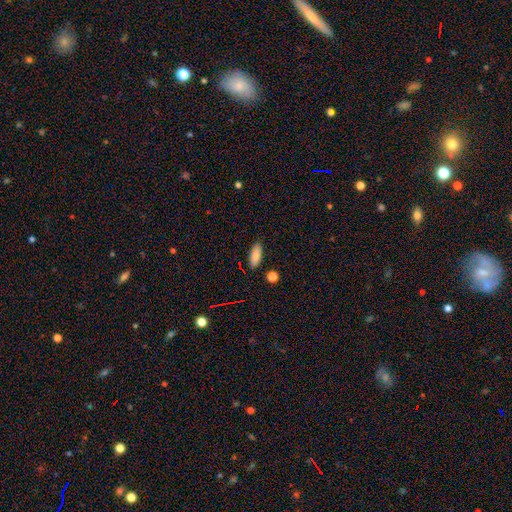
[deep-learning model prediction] smooth_or_featured: smooth (p=0.84) [alt: star or artifact p=0.08]
how_rounded: in between (p=0.75) [alt: cigar-shaped p=0.22]
merging: none (p=0.85) [alt: minor disturbance p=0.11]